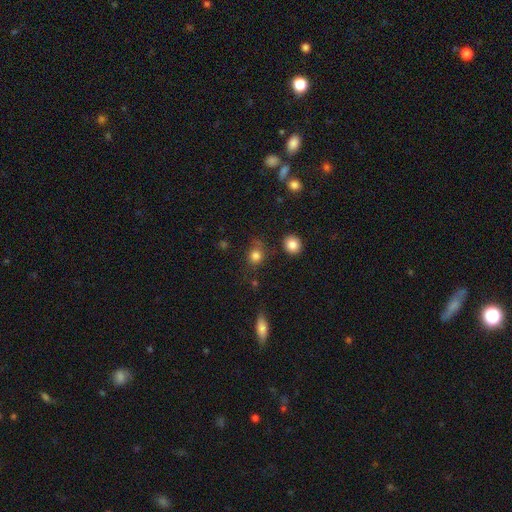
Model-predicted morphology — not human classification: This appears to be a smooth galaxy with no disk features (82%) that is round (76%). Merging: none (71%).